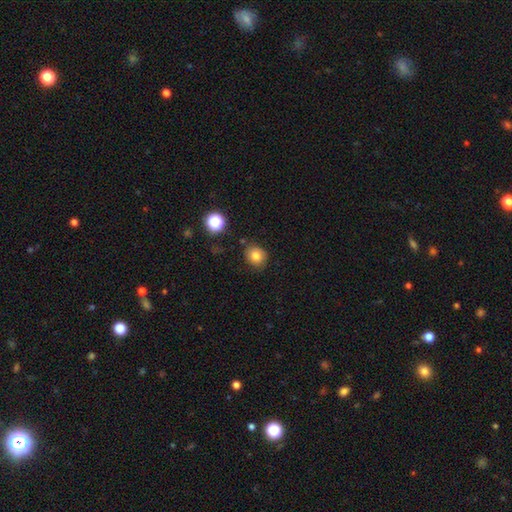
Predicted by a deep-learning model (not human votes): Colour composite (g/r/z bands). It shows a smooth galaxy with no disk features (81%) that is round (82%). Merging: none (82%).